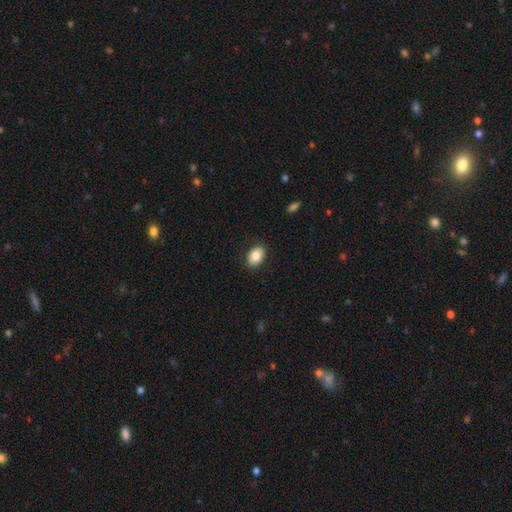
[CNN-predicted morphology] type=smooth (84%); roundness=in between (80%); merging=none (88%).